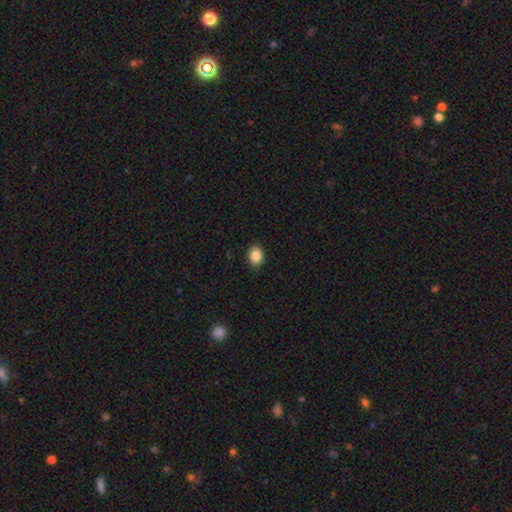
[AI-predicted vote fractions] Smooth or featured? Predicted: smooth (p=0.88). How rounded? Predicted: in between (p=0.66). Merging? Predicted: none (p=0.90).